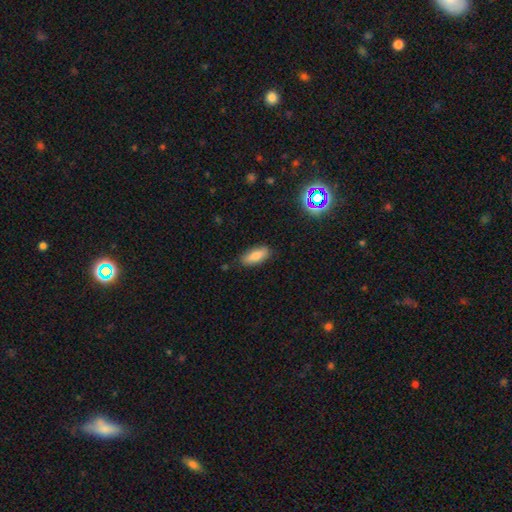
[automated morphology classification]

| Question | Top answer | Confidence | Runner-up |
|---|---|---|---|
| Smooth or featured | smooth | 79% | featured or disk (13%) |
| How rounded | in between | 76% | cigar-shaped (21%) |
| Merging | none | 83% | minor disturbance (13%) |